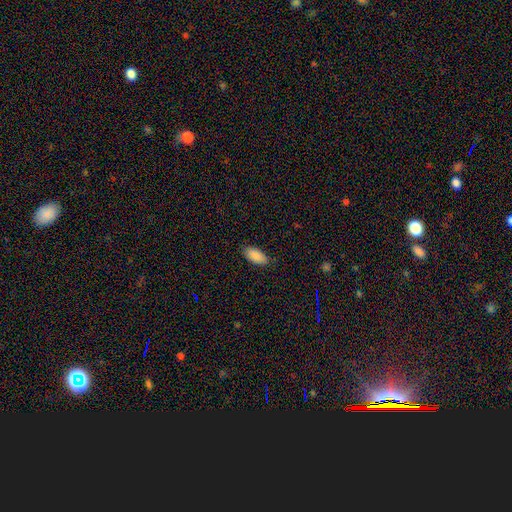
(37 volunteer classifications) Morphology: type=smooth (92%); roundness=in between (94%); merging=none (97%).